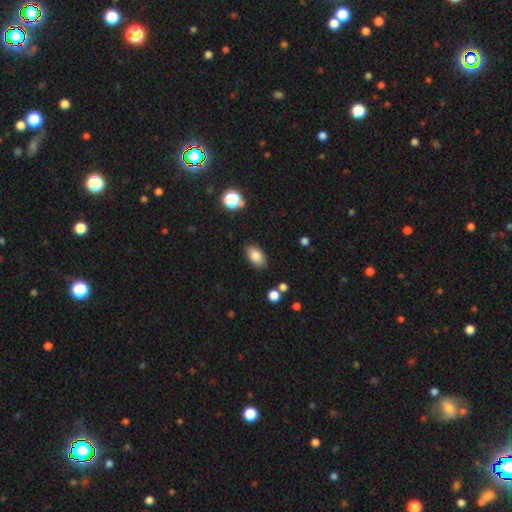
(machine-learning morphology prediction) This is clearly a smooth galaxy (84%). How rounded: clearly in between (89%). Merging: clearly none (86%).